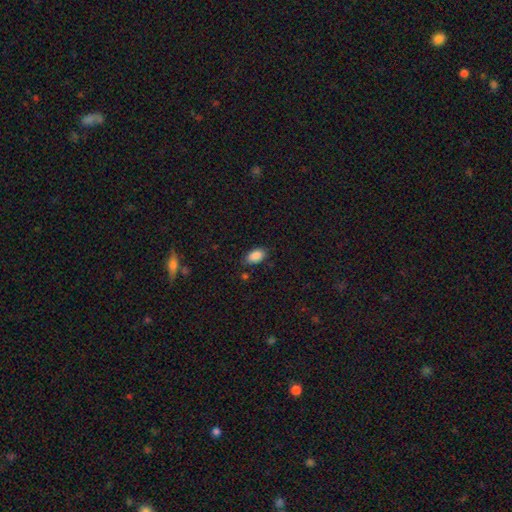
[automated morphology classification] smooth_or_featured: smooth (p=0.88) [alt: star or artifact p=0.08]
how_rounded: in between (p=0.92) [alt: round p=0.07]
merging: none (p=0.81) [alt: minor disturbance p=0.14]